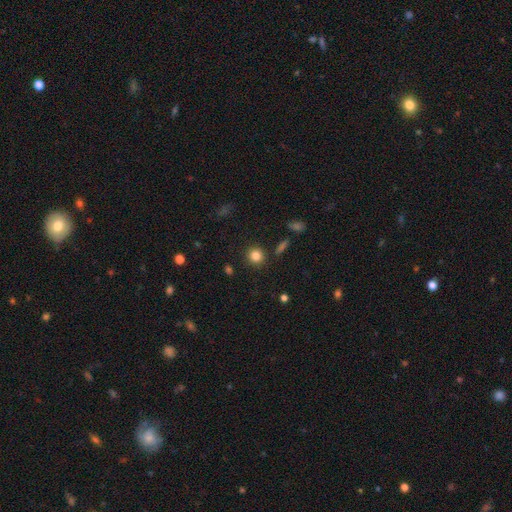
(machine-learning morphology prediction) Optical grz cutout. It shows a smooth galaxy with no disk features (84%) that is round (90%). Merging: none (89%).